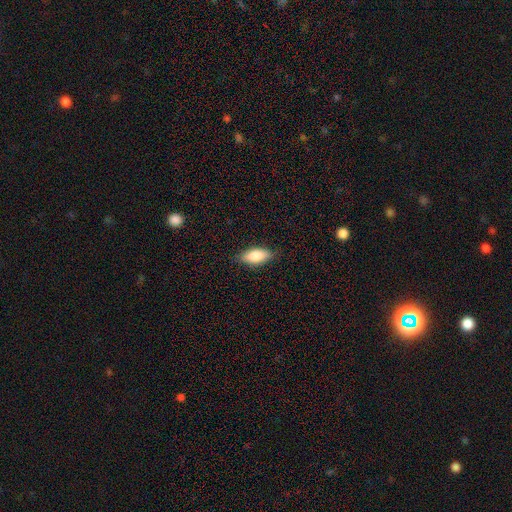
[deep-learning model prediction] smooth 78%, featured or disk 15%, star or artifact 7%. Down the decision tree: how rounded — in between (82%); merging — none (85%).